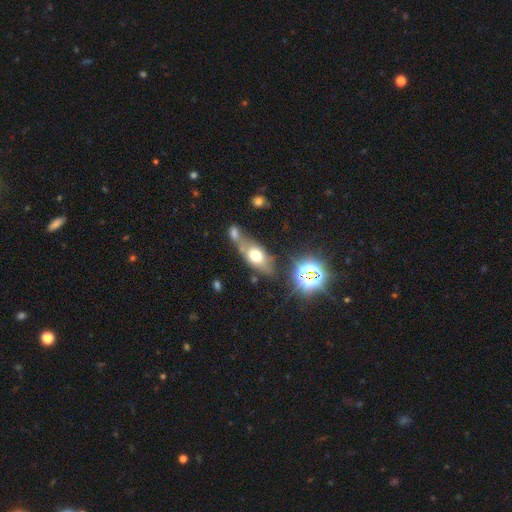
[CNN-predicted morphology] smooth-or-featured: smooth: 56% | featured or disk: 29% | star or artifact: 15%
  how-rounded: in between: 69% | cigar-shaped: 16% | round: 15%
  merging: none: 43% | merger: 29% | minor disturbance: 18% | major disturbance: 9%